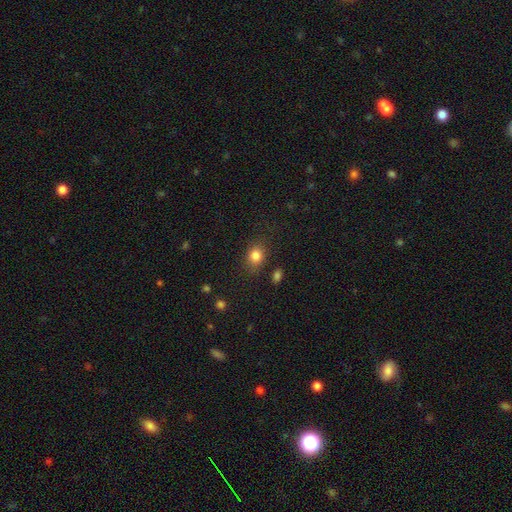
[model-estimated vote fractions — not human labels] Smooth or featured: smooth — 83% (star or artifact — 11%)
How rounded: round — 54% (in between — 44%)
Merging: none — 80% (minor disturbance — 13%)